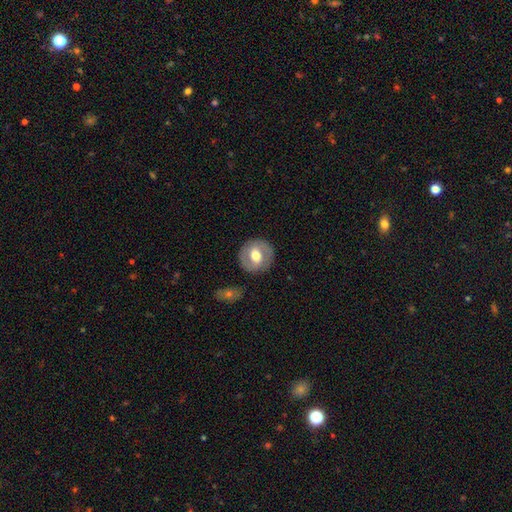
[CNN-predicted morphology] The model was most divided on "spiral arms": yes: 53%, no: 47%. Remaining: edge-on disk — no (95%); merging — none (86%); bulge size — moderate (71%); smooth or featured — featured or disk (53%); bar — weak (45%).